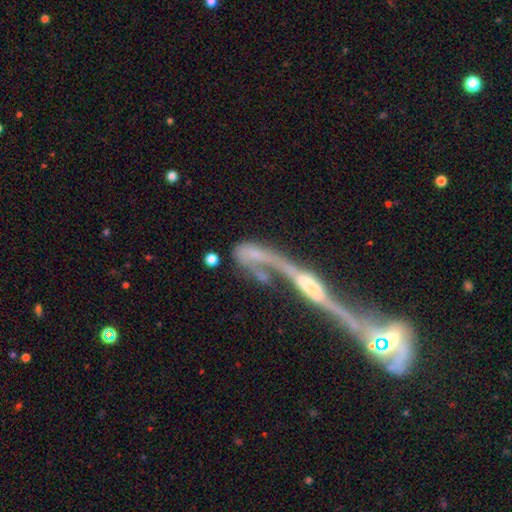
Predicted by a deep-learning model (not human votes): A featured or disk galaxy (62%). Merging: merger (52%).